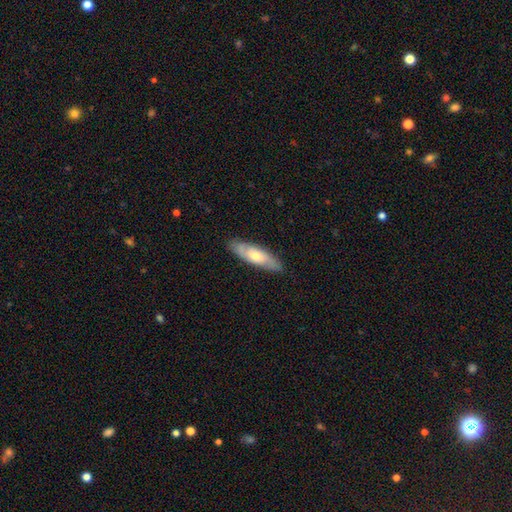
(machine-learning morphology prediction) Q: Smooth or featured?
A: featured or disk (50%); runner-up: smooth (44%)
Q: Edge-on disk?
A: no (62%); runner-up: yes (38%)
Q: Merging?
A: none (84%); runner-up: minor disturbance (12%)